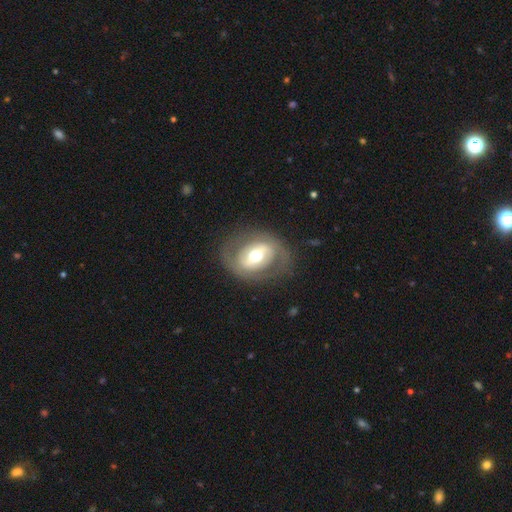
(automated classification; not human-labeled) Smooth or featured? featured or disk (62%)
Edge-on disk? no (93%)
Bar? strong (39%)
Spiral arms? no (65%)
Bulge size? moderate (68%)
Merging? none (77%)